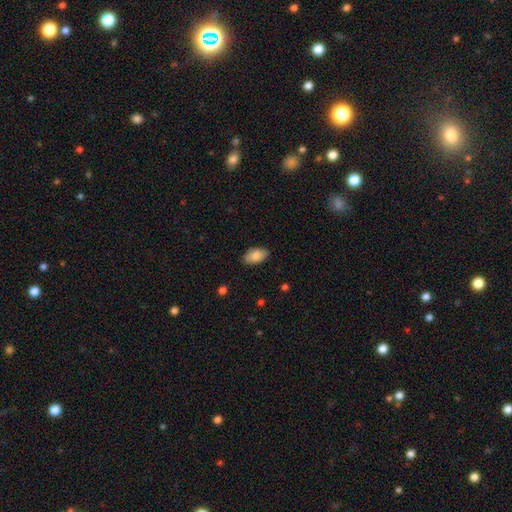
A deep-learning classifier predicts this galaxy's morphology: This appears to be a smooth galaxy with no disk features (85%) that is in between round and cigar-shaped (94%). Merging: none (86%).